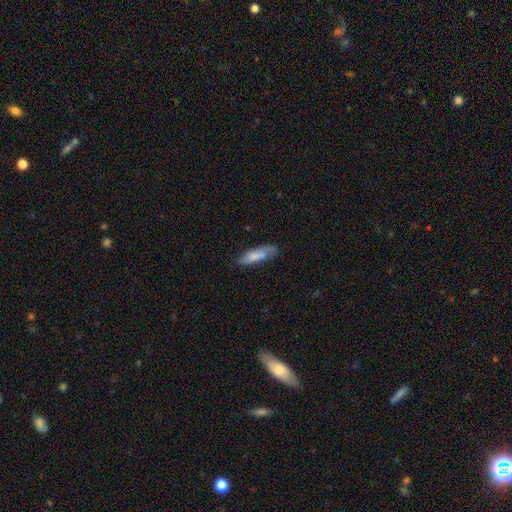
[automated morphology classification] Smooth or featured? smooth (72%)
How rounded? cigar-shaped (52%)
Merging? none (59%)